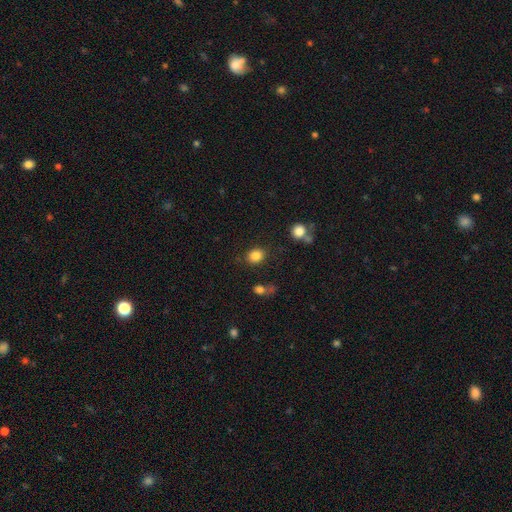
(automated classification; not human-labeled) Smooth or featured? Predicted: smooth (p=0.84). How rounded? Predicted: round (p=0.58). Merging? Predicted: none (p=0.79).